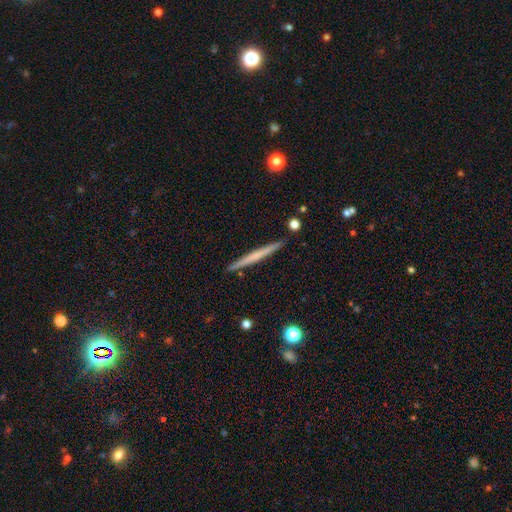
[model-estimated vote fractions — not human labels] Smooth or featured: featured or disk — 49% (smooth — 45%)
Merging: none — 91% (minor disturbance — 6%)